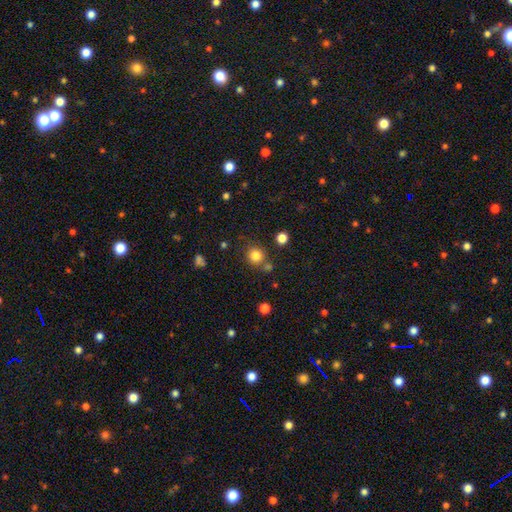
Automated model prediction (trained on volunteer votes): Morphology: type=smooth (82%); roundness=round (90%); merging=none (74%).